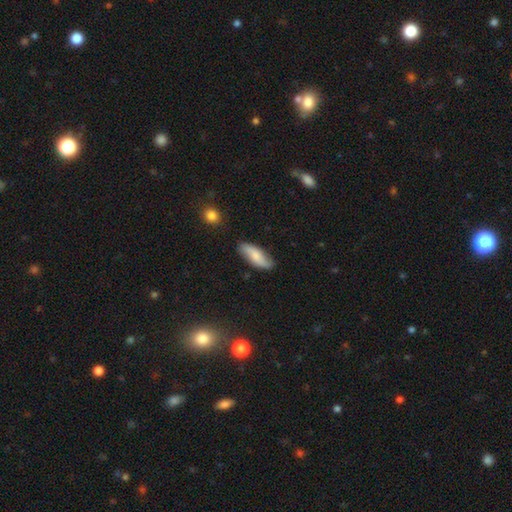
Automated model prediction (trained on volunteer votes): smooth-or-featured: smooth: 64% | featured or disk: 30% | star or artifact: 6%
  how-rounded: in between: 67% | cigar-shaped: 30% | round: 3%
  merging: none: 78% | minor disturbance: 17% | major disturbance: 3% | merger: 2%